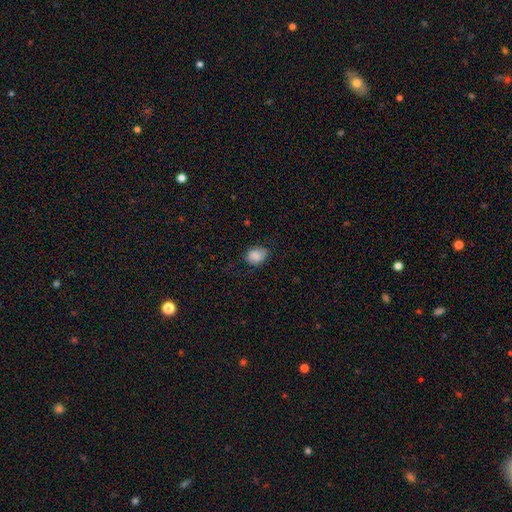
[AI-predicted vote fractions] This appears to be a smooth galaxy with no disk features (86%) that is in between round and cigar-shaped (62%). Merging: none (71%).